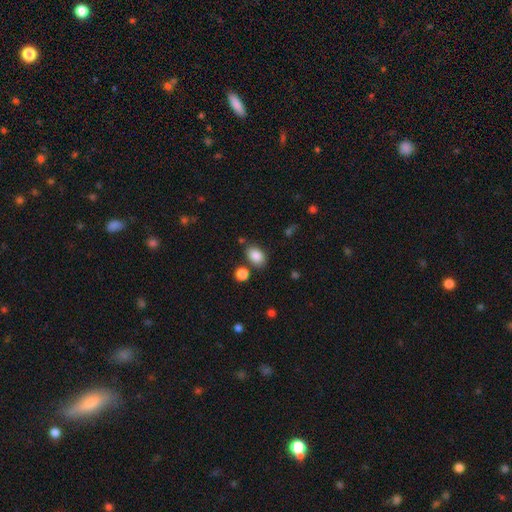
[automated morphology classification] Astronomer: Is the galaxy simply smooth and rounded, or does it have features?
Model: smooth — 86%.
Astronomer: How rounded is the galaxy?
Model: in between — 82%.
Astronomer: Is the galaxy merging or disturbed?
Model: none — 76%.